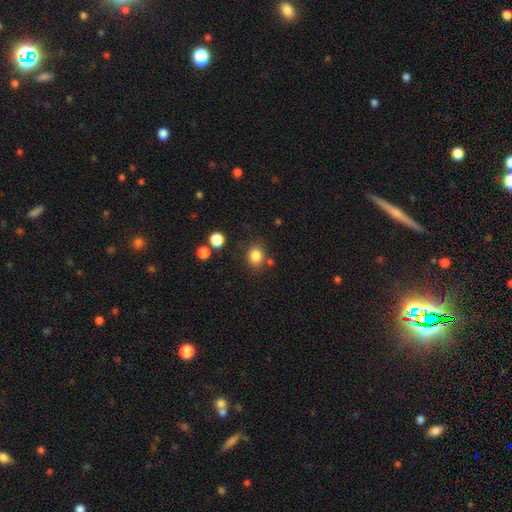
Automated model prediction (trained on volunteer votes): Smooth or featured? smooth (84%)
How rounded? round (63%)
Merging? none (78%)